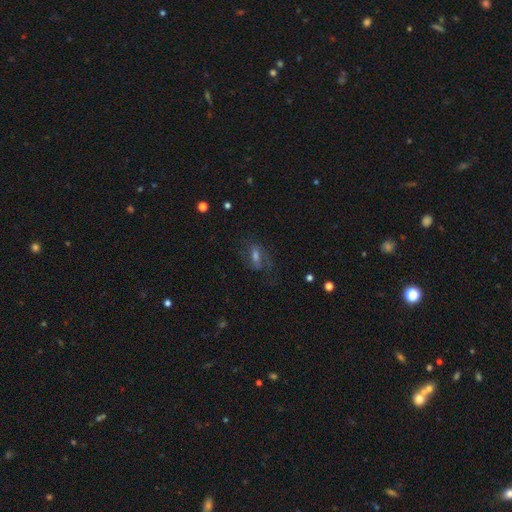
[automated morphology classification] Overall: featured or disk (55%; smooth 27%). Edge-on disk: no (86%). Merging: none (60%; major disturbance 20%).